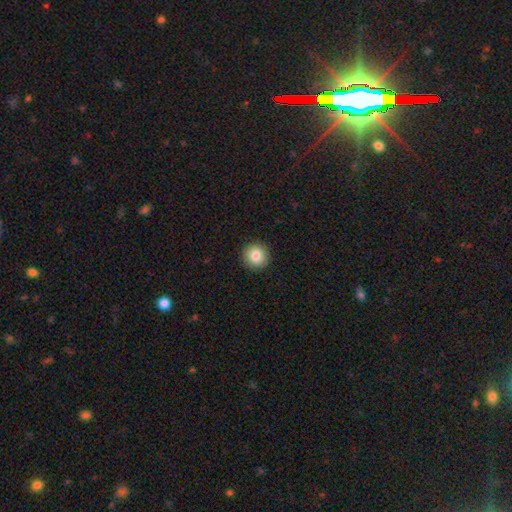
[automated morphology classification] smooth-or-featured: smooth: 84% | star or artifact: 9% | featured or disk: 7%
  how-rounded: round: 94% | in between: 5% | cigar-shaped: 1%
  merging: none: 92% | minor disturbance: 5% | major disturbance: 2% | merger: 1%